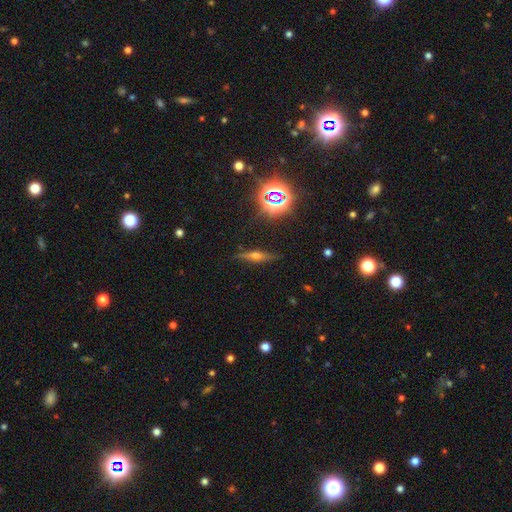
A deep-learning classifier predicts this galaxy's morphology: Overall: featured or disk (53%; smooth 28%). Edge-on disk: yes (93%). Merging: none (85%).